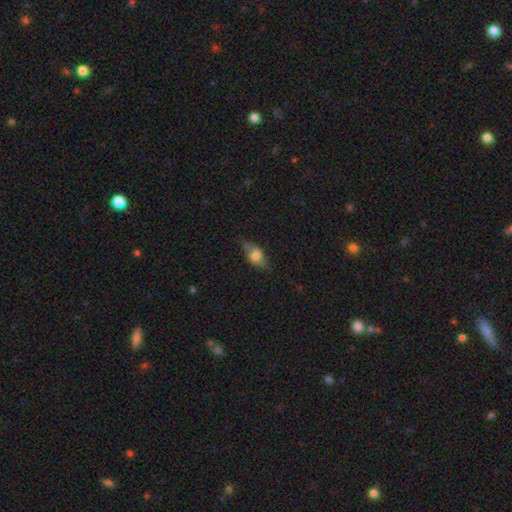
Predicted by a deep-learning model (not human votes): This is likely a smooth galaxy (63%). How rounded: clearly in between (81%). Merging: likely none (70%).